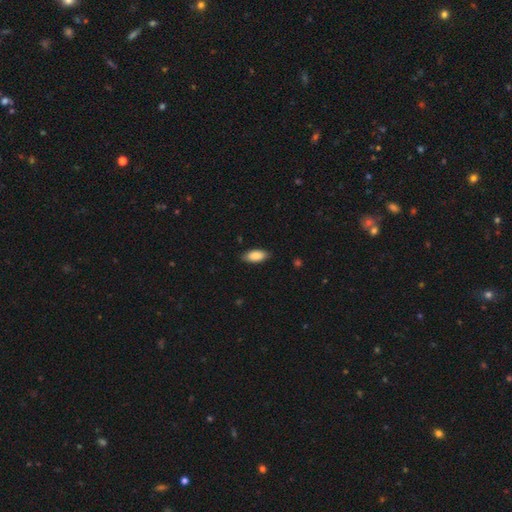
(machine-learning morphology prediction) Overall: smooth (86%). How rounded: in between (89%). Merging: none (85%).